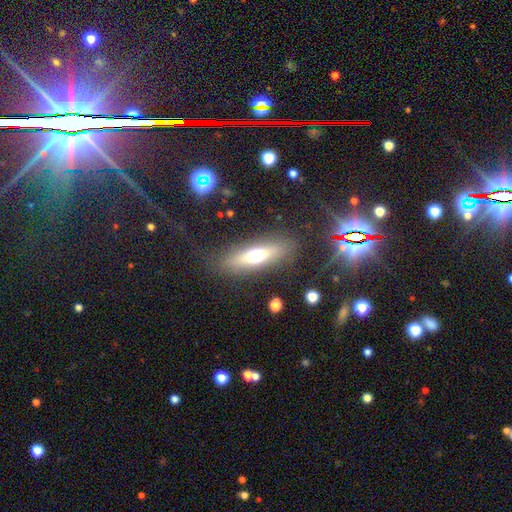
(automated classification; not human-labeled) Smooth or featured?
  - smooth: 50% *
  - featured or disk: 38%
  - star or artifact: 12%
How rounded?
  - cigar-shaped: 49% *
  - in between: 46%
  - round: 5%
Merging?
  - none: 83% *
  - minor disturbance: 10%
  - major disturbance: 5%
  - merger: 2%